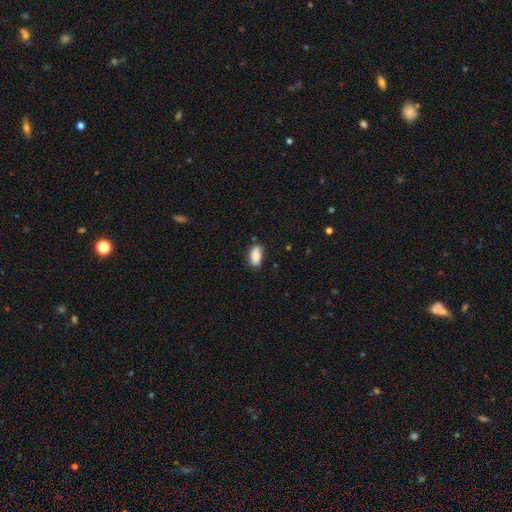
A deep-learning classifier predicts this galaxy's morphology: Q: Smooth or featured?
A: smooth (87%); runner-up: star or artifact (7%)
Q: How rounded?
A: in between (90%); runner-up: cigar-shaped (7%)
Q: Merging?
A: none (77%); runner-up: minor disturbance (18%)